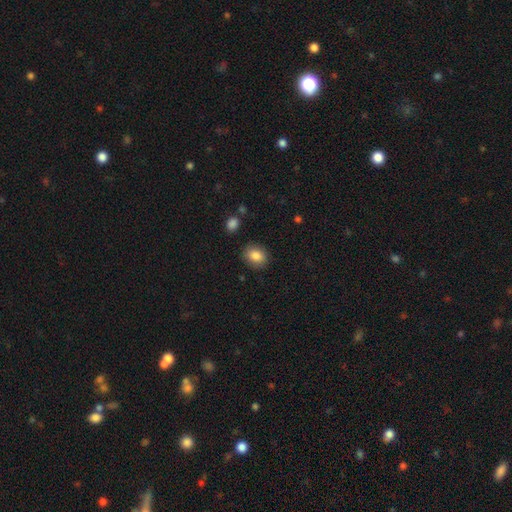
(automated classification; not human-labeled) Morphology: type=smooth (85%); roundness=in between (51%); merging=none (86%).